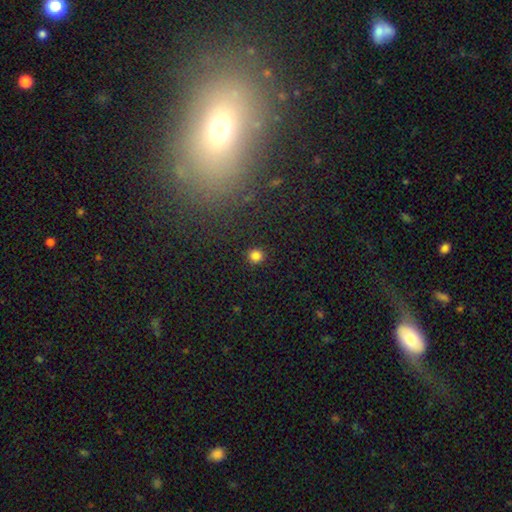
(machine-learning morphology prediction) smooth-or-featured: smooth: 83% | star or artifact: 13% | featured or disk: 4%
  how-rounded: round: 94% | in between: 5% | cigar-shaped: 1%
  merging: none: 92% | minor disturbance: 5% | major disturbance: 2% | merger: 1%